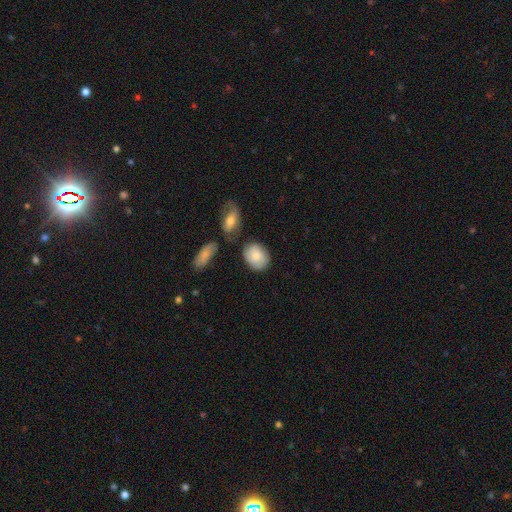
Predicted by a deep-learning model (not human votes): Smooth or featured? smooth (77%)
How rounded? in between (66%)
Merging? none (64%)